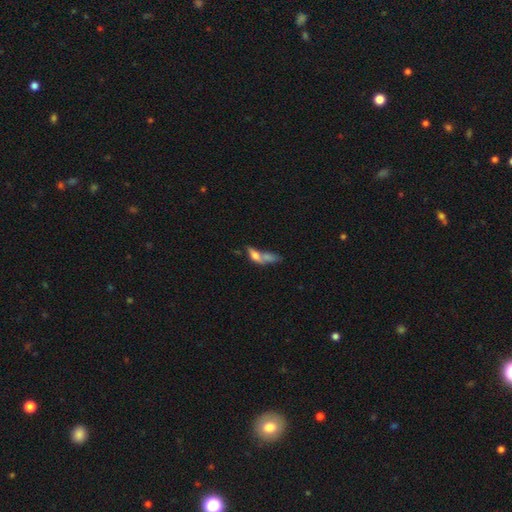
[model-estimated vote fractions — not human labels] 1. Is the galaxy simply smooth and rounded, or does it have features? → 54% smooth, 34% featured or disk, 11% star or artifact.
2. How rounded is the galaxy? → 58% in between, 36% cigar-shaped, 7% round.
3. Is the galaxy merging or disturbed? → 55% merger, 20% none, 15% major disturbance, 11% minor disturbance.